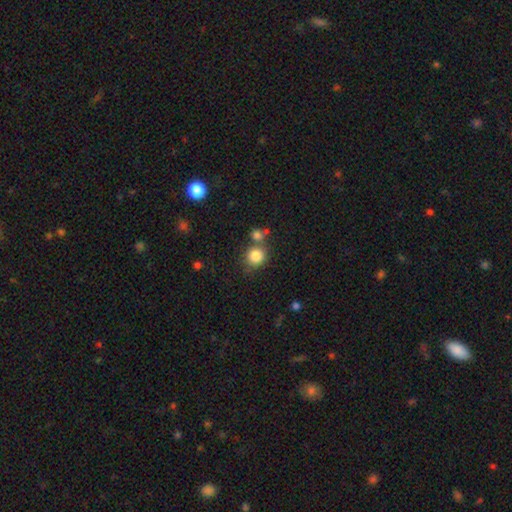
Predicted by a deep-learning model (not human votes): This appears to be a smooth galaxy with no disk features (84%) that is round (88%). Merging: none (66%).